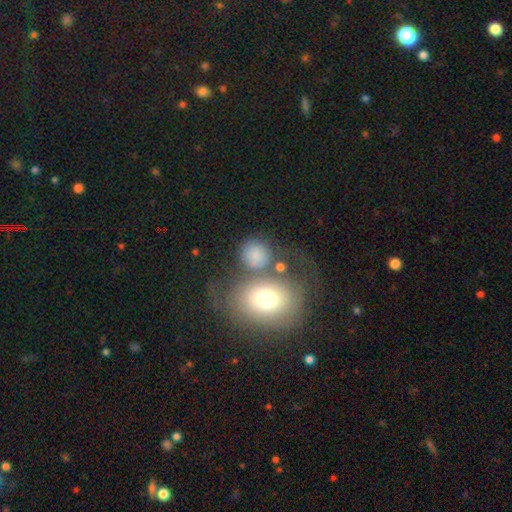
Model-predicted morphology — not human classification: smooth 73%, featured or disk 15%, star or artifact 12%. Down the decision tree: how rounded — round (76%); merging — none (53%).